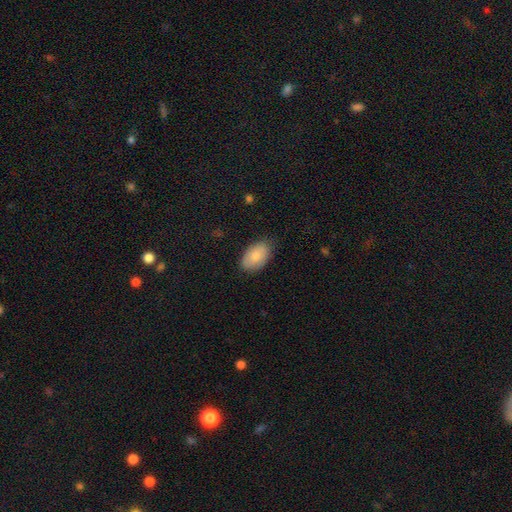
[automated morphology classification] Smooth or featured? Predicted: smooth (p=0.82). How rounded? Predicted: in between (p=0.92). Merging? Predicted: none (p=0.80).